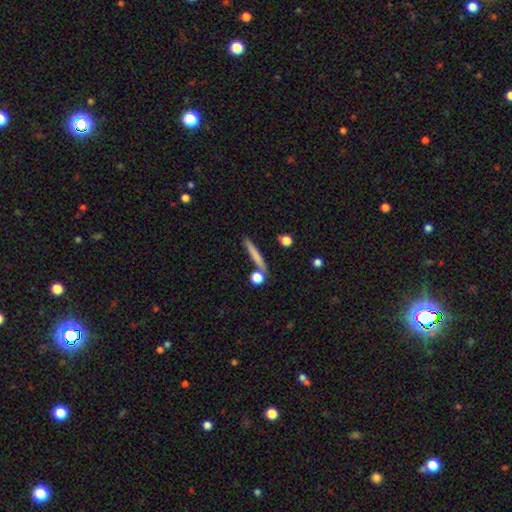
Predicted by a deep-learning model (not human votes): Overall: smooth (70%). How rounded: cigar-shaped (90%). Merging: none (79%).